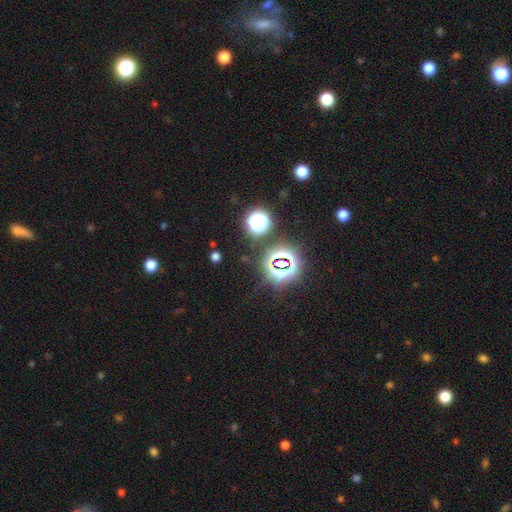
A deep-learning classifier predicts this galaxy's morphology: smooth_or_featured: star or artifact (p=0.78) [alt: smooth p=0.15]